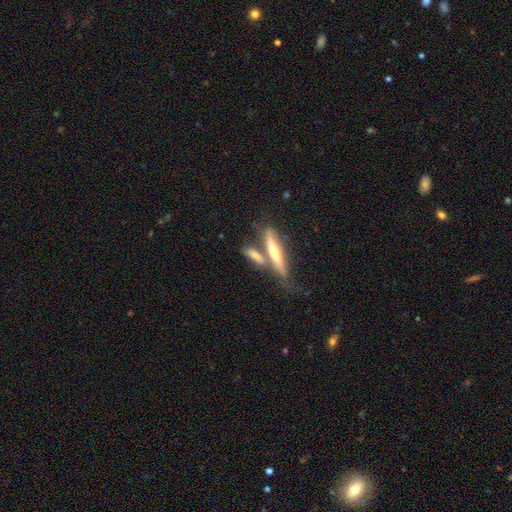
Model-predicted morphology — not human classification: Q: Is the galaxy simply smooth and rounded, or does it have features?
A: featured or disk — 48%.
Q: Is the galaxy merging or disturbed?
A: none — 50%.